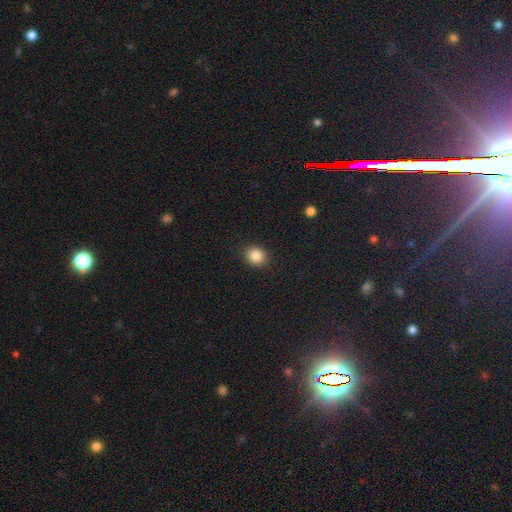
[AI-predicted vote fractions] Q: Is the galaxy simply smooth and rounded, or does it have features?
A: smooth — 86%.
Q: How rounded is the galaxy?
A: round — 66%.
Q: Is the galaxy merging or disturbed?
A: none — 90%.